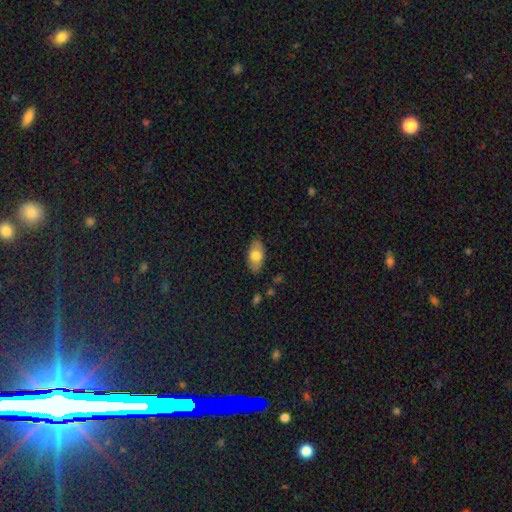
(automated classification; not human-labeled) Smooth or featured? smooth (73%)
How rounded? in between (91%)
Merging? none (84%)